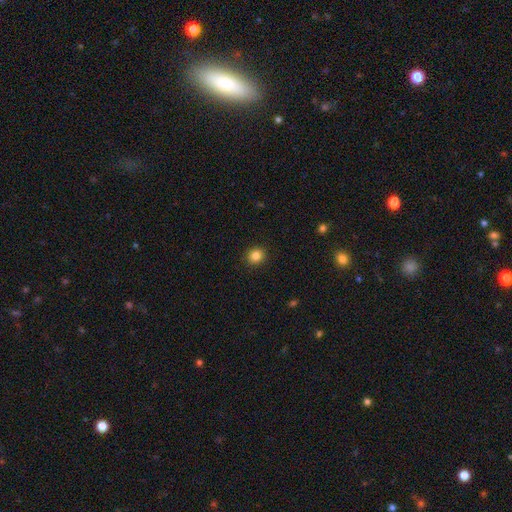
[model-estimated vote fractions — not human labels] A smooth galaxy with no disk features (85%) that is round (84%).

Vote fractions:
- Smooth or featured? smooth: 85% / star or artifact: 11% / featured or disk: 4%
- How rounded? round: 84% / in between: 15% / cigar-shaped: 1%
- Merging? none: 91% / minor disturbance: 6% / major disturbance: 2% / merger: 1%